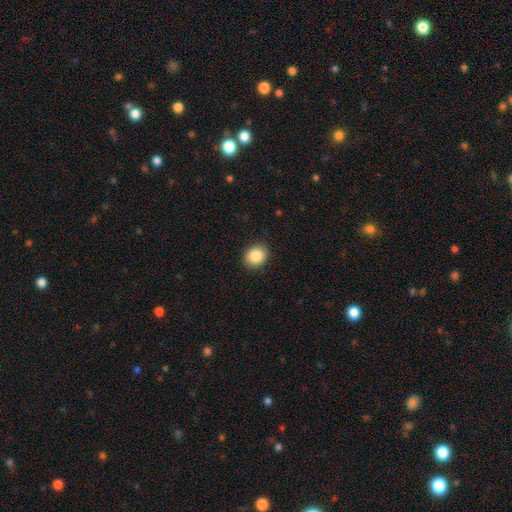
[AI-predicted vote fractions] This appears to be a smooth galaxy with no disk features (88%) that is round (54%). Merging: none (89%).